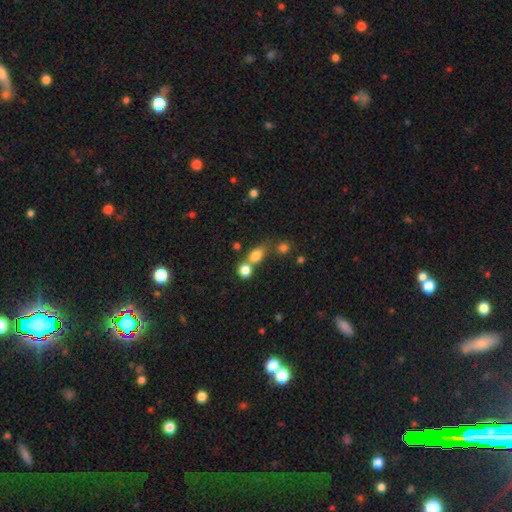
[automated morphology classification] type=smooth (78%); roundness=in between (57%); merging=none (46%).